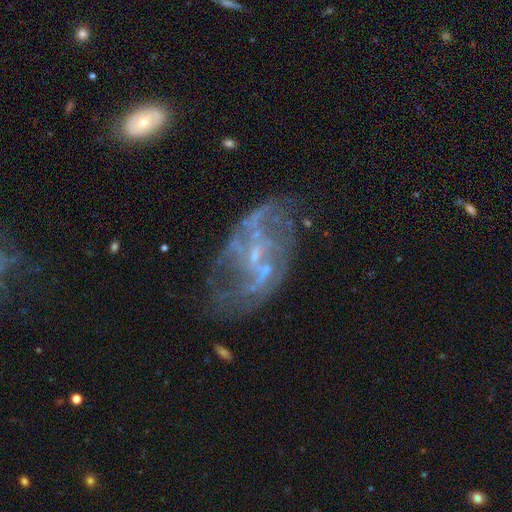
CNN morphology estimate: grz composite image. It shows a featured or disk galaxy (80%) with a weak bar (43%, tied with no), 2 (49%) loose (50%) spiral arms (70%) and a small central bulge (61%). Merging: none (48%).